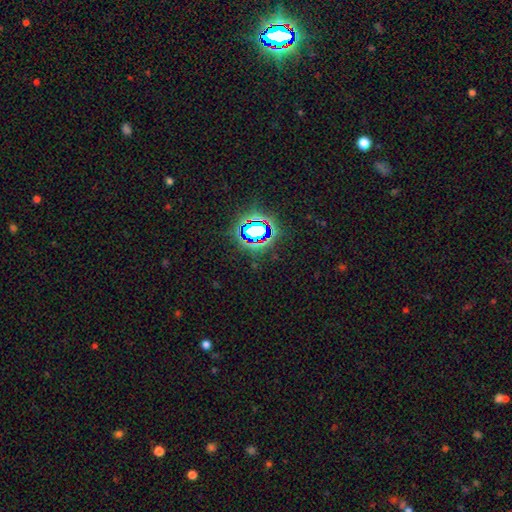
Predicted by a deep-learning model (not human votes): A star or artifact, not a galaxy (78%).